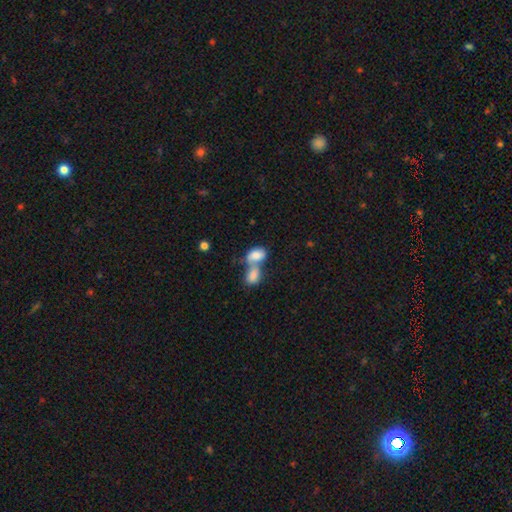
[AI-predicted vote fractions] Morphology: type=smooth (79%); roundness=in between (87%); merging=merger (76%).